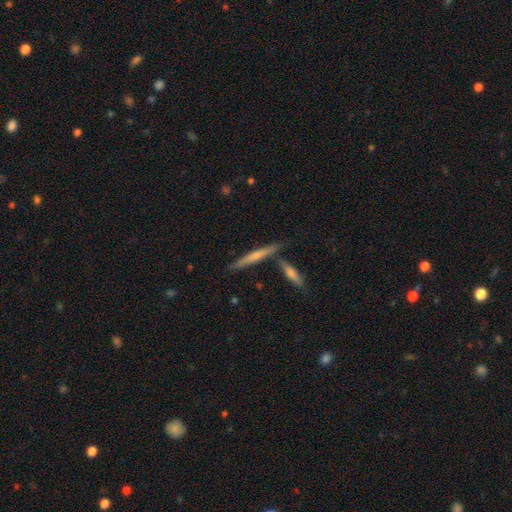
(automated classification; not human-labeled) Smooth or featured? featured or disk (47%, tied with smooth)
Merging? none (75%)